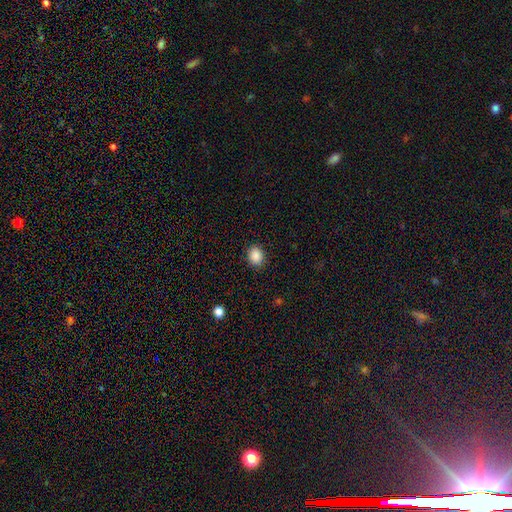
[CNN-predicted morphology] A smooth galaxy with no disk features (87%) that is round (61%).

Vote fractions:
- Smooth or featured? smooth: 87% / star or artifact: 9% / featured or disk: 4%
- How rounded? round: 61% / in between: 39% / cigar-shaped: 1%
- Merging? none: 89% / minor disturbance: 8% / major disturbance: 2% / merger: 1%